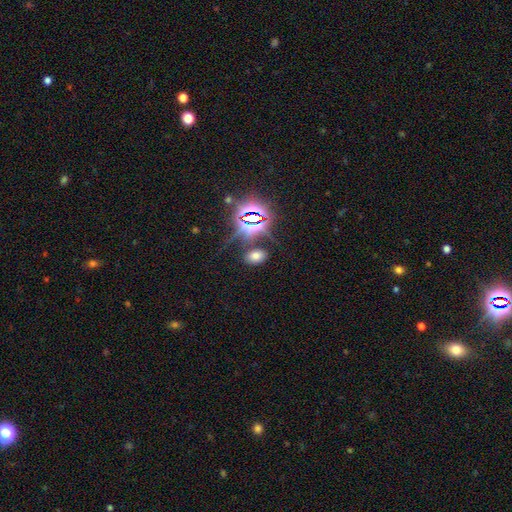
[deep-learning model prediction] Smooth or featured?
  - smooth: 59% *
  - star or artifact: 33%
  - featured or disk: 9%
How rounded?
  - in between: 87% *
  - round: 11%
  - cigar-shaped: 2%
Merging?
  - none: 80% *
  - minor disturbance: 11%
  - major disturbance: 5%
  - merger: 4%